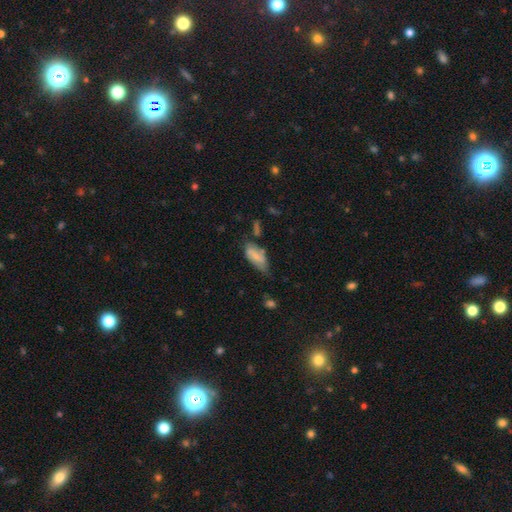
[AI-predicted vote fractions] Smooth or featured?
  - smooth: 69% *
  - featured or disk: 23%
  - star or artifact: 7%
How rounded?
  - in between: 87% *
  - cigar-shaped: 11%
  - round: 3%
Merging?
  - none: 42% *
  - minor disturbance: 38%
  - major disturbance: 12%
  - merger: 8%